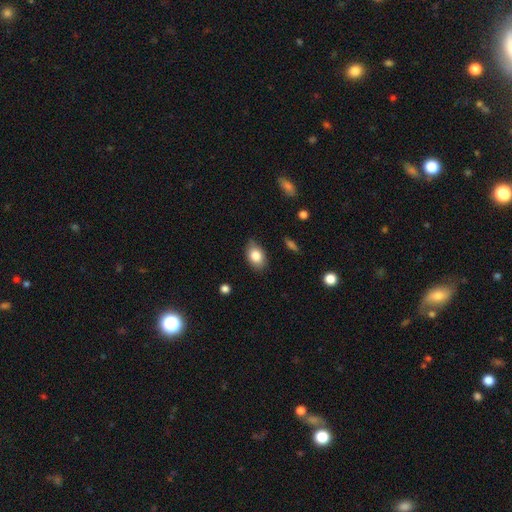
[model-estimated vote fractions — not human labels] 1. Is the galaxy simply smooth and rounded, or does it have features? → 82% smooth, 10% featured or disk, 8% star or artifact.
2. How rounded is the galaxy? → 84% in between, 15% round, 1% cigar-shaped.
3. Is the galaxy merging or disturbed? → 80% none, 16% minor disturbance, 3% major disturbance, 1% merger.